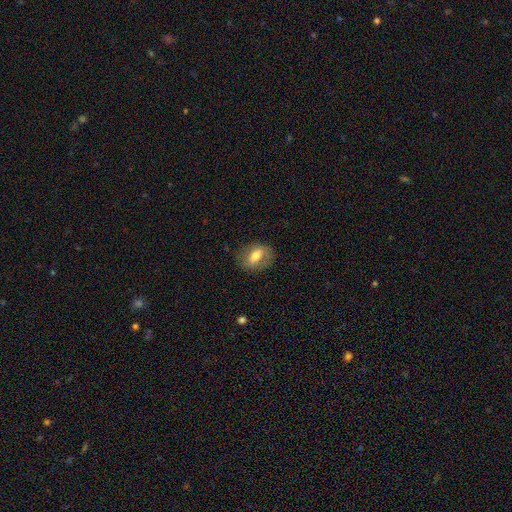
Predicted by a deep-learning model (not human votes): Smooth or featured: smooth — 59% (featured or disk — 34%)
How rounded: in between — 73% (round — 24%)
Merging: none — 76% (minor disturbance — 17%)